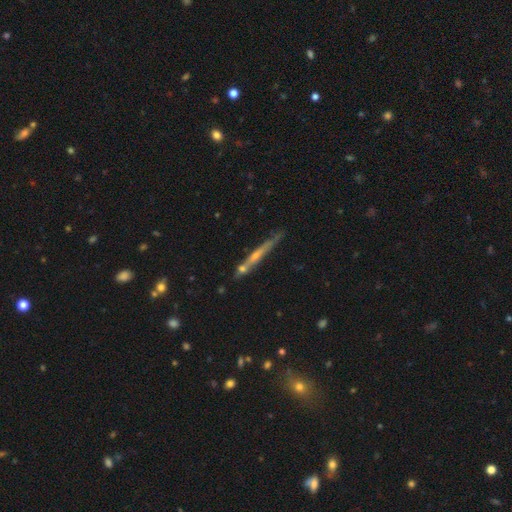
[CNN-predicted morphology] Overall: featured or disk (62%; smooth 29%). Edge-on disk: yes (94%). Edge-on bulge: none (51%; rounded 43%). Merging: none (71%).